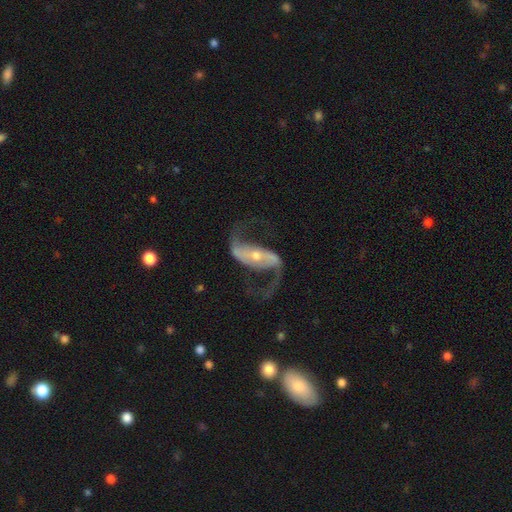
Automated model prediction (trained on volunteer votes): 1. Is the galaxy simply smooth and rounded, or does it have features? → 91% featured or disk, 4% star or artifact, 4% smooth.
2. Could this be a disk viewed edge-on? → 96% no, 4% yes.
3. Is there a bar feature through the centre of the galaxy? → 46% strong, 30% weak, 24% no.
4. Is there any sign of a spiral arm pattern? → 97% yes, 3% no.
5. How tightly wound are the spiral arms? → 73% loose, 22% medium, 5% tight.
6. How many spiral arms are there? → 94% 2, 1% 1, 1% can't tell, 1% 3, 1% 4, 1% more than 4.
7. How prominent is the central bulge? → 55% small, 40% moderate, 3% large, 1% none, 1% dominant.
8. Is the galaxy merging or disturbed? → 74% none, 12% minor disturbance, 12% major disturbance, 2% merger.